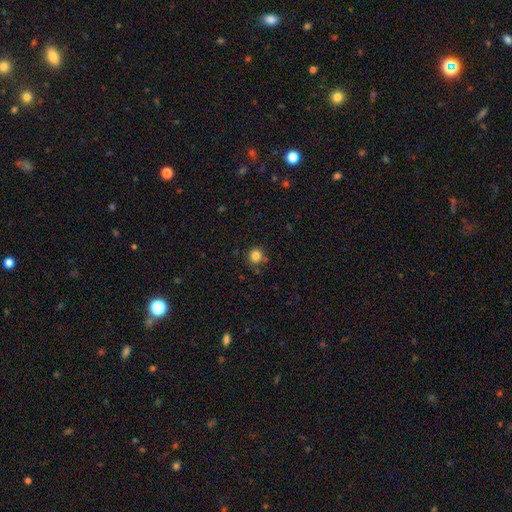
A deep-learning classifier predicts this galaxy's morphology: Q: Smooth or featured?
A: smooth (84%); runner-up: star or artifact (12%)
Q: How rounded?
A: round (91%); runner-up: in between (8%)
Q: Merging?
A: none (79%); runner-up: minor disturbance (12%)